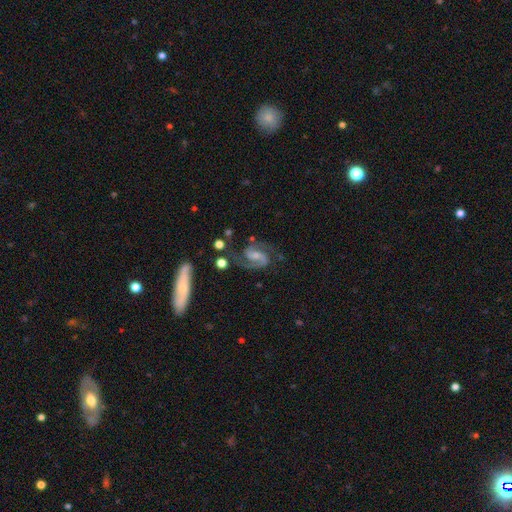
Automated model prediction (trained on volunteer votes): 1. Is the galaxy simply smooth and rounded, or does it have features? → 89% featured or disk, 6% smooth, 5% star or artifact.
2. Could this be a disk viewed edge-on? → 98% no, 2% yes.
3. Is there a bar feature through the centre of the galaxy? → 49% weak, 30% no, 21% strong.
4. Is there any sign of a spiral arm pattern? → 98% yes, 2% no.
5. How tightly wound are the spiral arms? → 62% medium, 19% loose, 19% tight.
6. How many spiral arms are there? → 91% 2, 3% 1, 2% can't tell, 1% 3, 1% 4, 1% more than 4.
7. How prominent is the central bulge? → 41% small, 36% moderate, 16% none, 5% large, 1% dominant.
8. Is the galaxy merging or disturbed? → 68% none, 17% minor disturbance, 11% major disturbance, 4% merger.